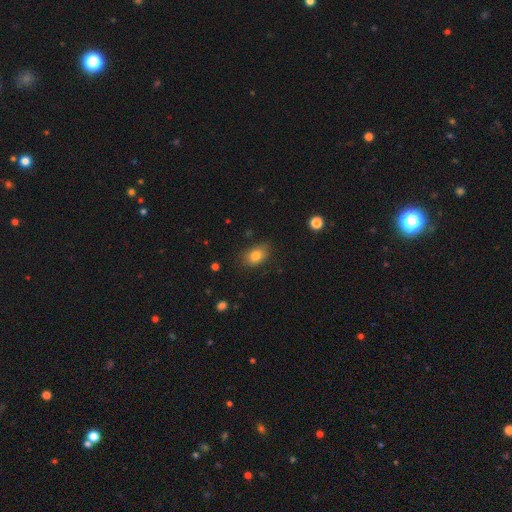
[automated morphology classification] smooth 81%, star or artifact 10%, featured or disk 9%. Down the decision tree: how rounded — in between (79%); merging — none (79%).